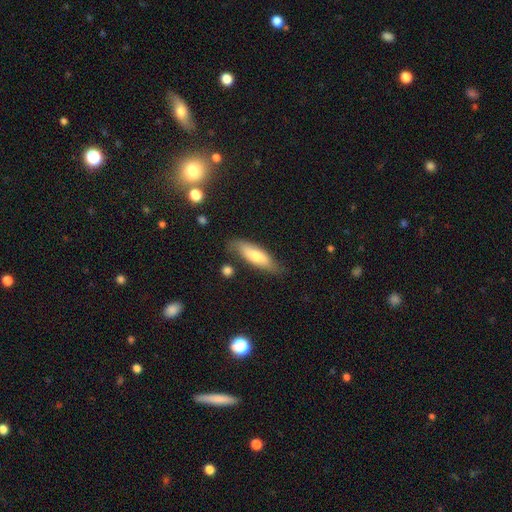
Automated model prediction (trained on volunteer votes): Morphology: type=smooth (65%); roundness=cigar-shaped (50%); merging=none (75%).